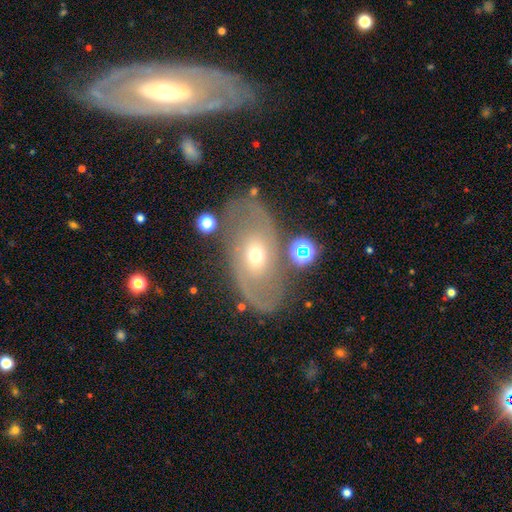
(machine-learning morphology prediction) smooth_or_featured: featured or disk (p=0.75) [alt: smooth p=0.17]
disk_edge_on: no (p=0.93) [alt: yes p=0.07]
bar: no (p=0.73) [alt: weak p=0.21]
has_spiral_arms: yes (p=0.80) [alt: no p=0.20]
spiral_winding: medium (p=0.42) [alt: tight p=0.36]
spiral_arm_count: 2 (p=0.78) [alt: can't tell p=0.14]
bulge_size: small (p=0.48) [alt: moderate p=0.47]
merging: none (p=0.71) [alt: minor disturbance p=0.16]